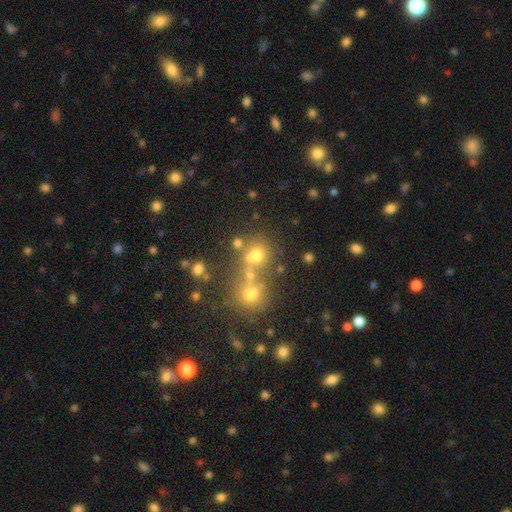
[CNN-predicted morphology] This appears to be a smooth galaxy with no disk features (59%) that is round (80%). Merging: none (50%).